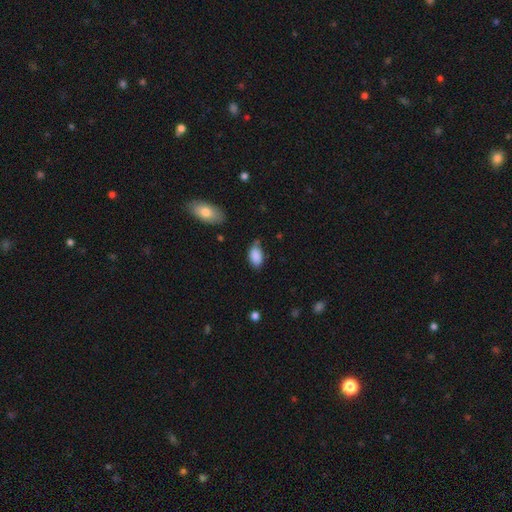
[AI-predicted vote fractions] Overall: smooth (87%). How rounded: in between (93%). Merging: none (63%; minor disturbance 28%).